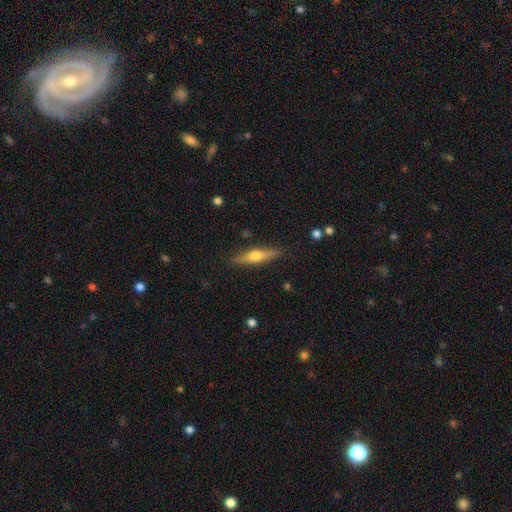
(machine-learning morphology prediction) Overall: smooth (48%; featured or disk 45%). Merging: none (87%).